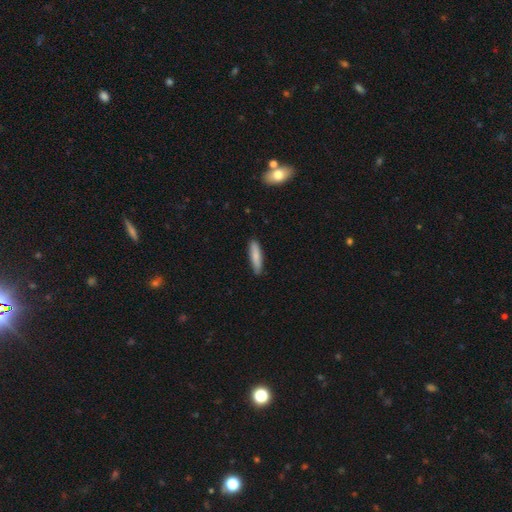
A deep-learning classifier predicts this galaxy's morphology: type=smooth (83%); roundness=cigar-shaped (78%); merging=none (86%).